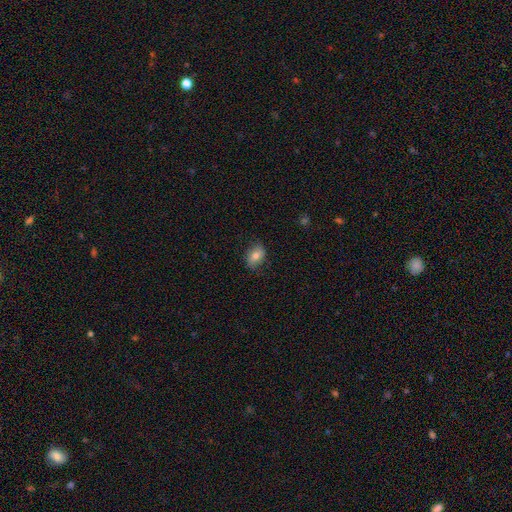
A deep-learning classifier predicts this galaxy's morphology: smooth-or-featured: smooth: 75% | featured or disk: 16% | star or artifact: 9%
  how-rounded: in between: 75% | round: 23% | cigar-shaped: 1%
  merging: none: 79% | minor disturbance: 17% | major disturbance: 4% | merger: 1%